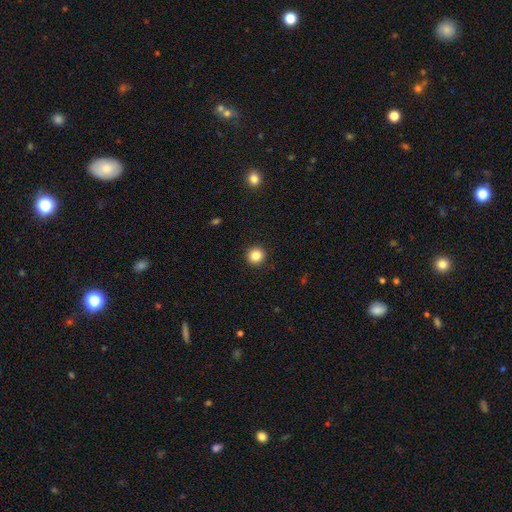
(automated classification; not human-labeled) smooth 85%, star or artifact 11%, featured or disk 5%. Down the decision tree: how rounded — round (95%); merging — none (93%).